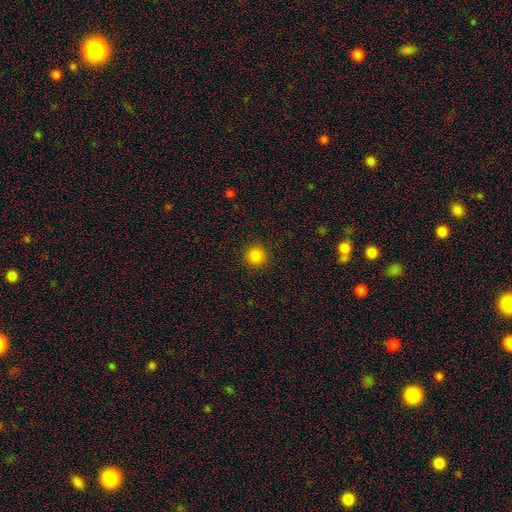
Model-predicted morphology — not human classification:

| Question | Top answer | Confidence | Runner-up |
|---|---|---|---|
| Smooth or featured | smooth | 86% | star or artifact (11%) |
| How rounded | round | 94% | in between (5%) |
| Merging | none | 92% | minor disturbance (5%) |